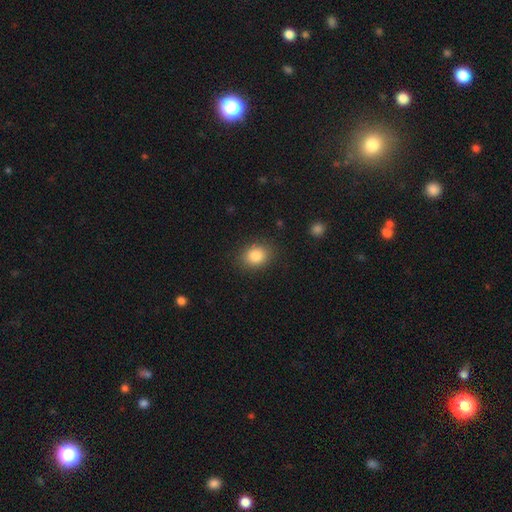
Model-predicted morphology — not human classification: Smooth or featured: smooth — 84% (star or artifact — 9%)
How rounded: in between — 50% (round — 49%)
Merging: none — 86% (minor disturbance — 9%)